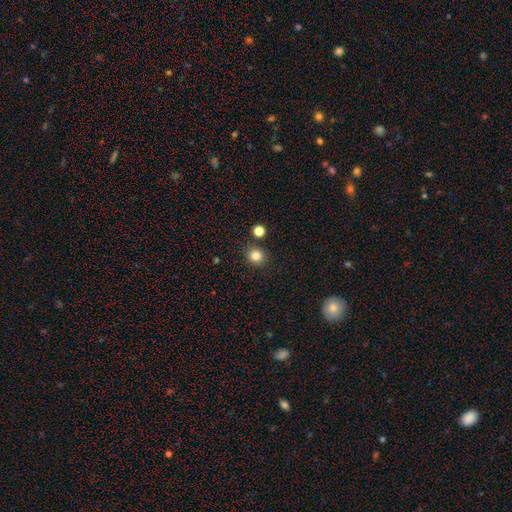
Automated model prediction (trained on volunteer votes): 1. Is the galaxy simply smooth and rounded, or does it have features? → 83% smooth, 13% star or artifact, 5% featured or disk.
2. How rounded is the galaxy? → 87% round, 13% in between, 1% cigar-shaped.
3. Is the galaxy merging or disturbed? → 86% none, 7% minor disturbance, 5% merger, 2% major disturbance.